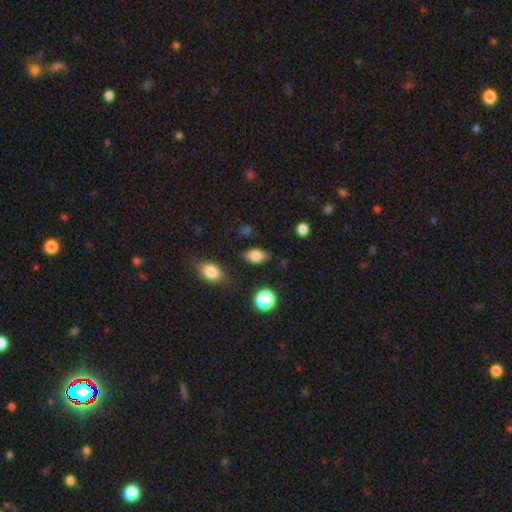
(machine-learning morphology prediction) Smooth or featured? Predicted: smooth (p=0.81). How rounded? Predicted: in between (p=0.86). Merging? Predicted: none (p=0.81).